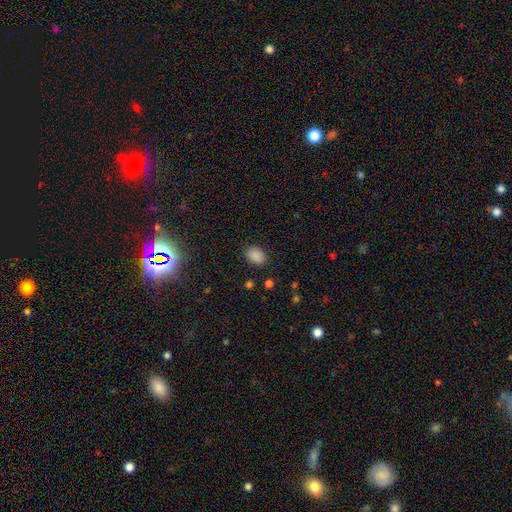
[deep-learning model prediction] This is clearly a smooth galaxy (87%). How rounded: likely in between (73%). Merging: clearly none (86%).